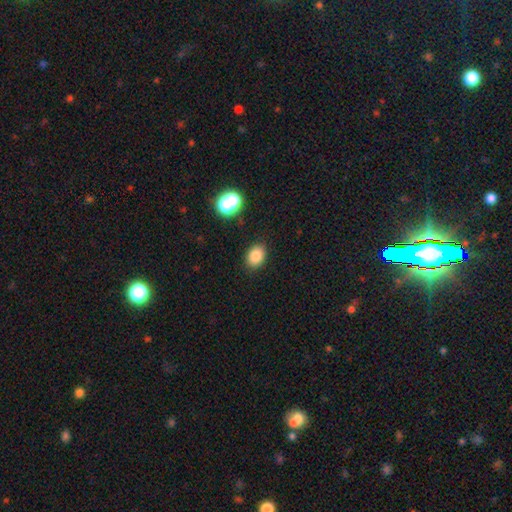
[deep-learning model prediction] Q: Smooth or featured?
A: smooth (84%); runner-up: star or artifact (11%)
Q: How rounded?
A: in between (69%); runner-up: round (30%)
Q: Merging?
A: none (86%); runner-up: minor disturbance (9%)